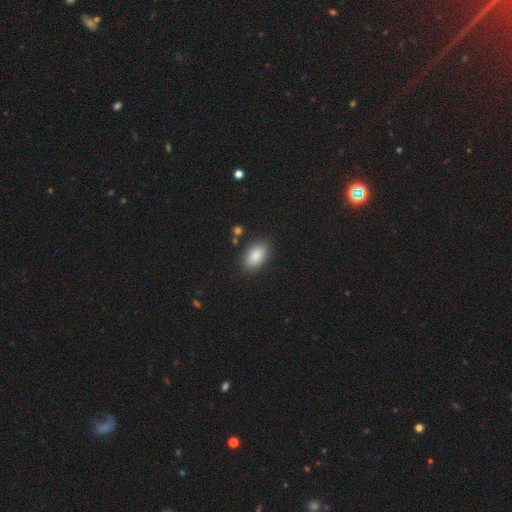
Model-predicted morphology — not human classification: smooth_or_featured: smooth (p=0.88) [alt: star or artifact p=0.07]
how_rounded: in between (p=0.93) [alt: round p=0.04]
merging: none (p=0.86) [alt: minor disturbance p=0.09]